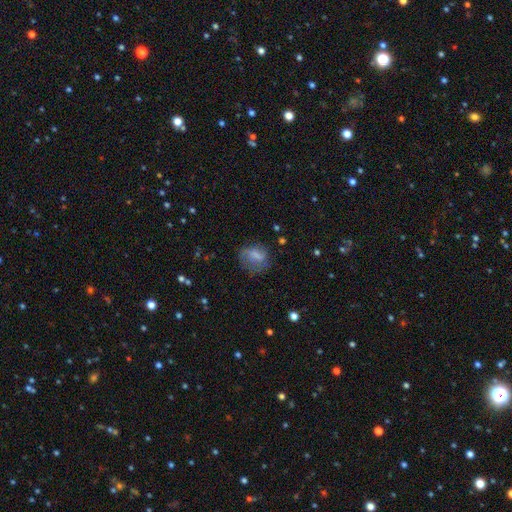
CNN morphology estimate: Overall: smooth (59%; featured or disk 30%). How rounded: in between (54%; round 42%). Merging: none (51%; minor disturbance 26%).